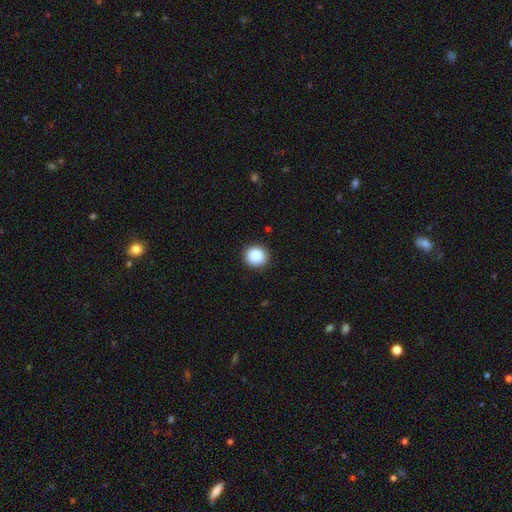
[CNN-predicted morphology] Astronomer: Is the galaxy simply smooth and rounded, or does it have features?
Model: smooth — 88%.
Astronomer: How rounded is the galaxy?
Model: round — 93%.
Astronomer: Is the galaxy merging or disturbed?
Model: none — 92%.